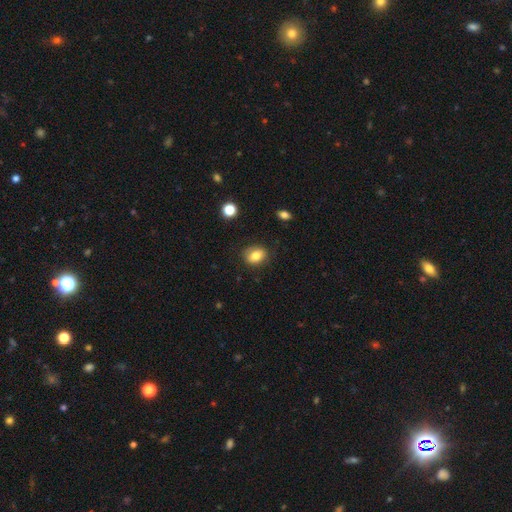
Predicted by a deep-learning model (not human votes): This appears to be a smooth galaxy with no disk features (81%) that is in between round and cigar-shaped (62%). Merging: none (81%).